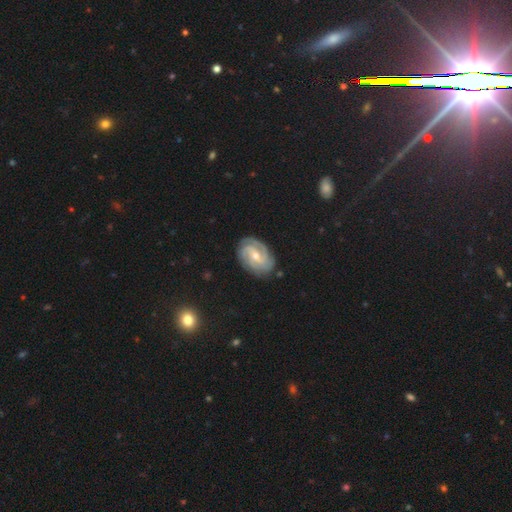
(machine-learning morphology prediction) Smooth or featured? featured or disk (86%)
Edge-on disk? no (97%)
Bar? weak (47%)
Spiral arms? yes (98%)
Spiral winding? tight (68%)
Spiral arm count? 3 (35%)
Bulge size? moderate (50%)
Merging? none (82%)